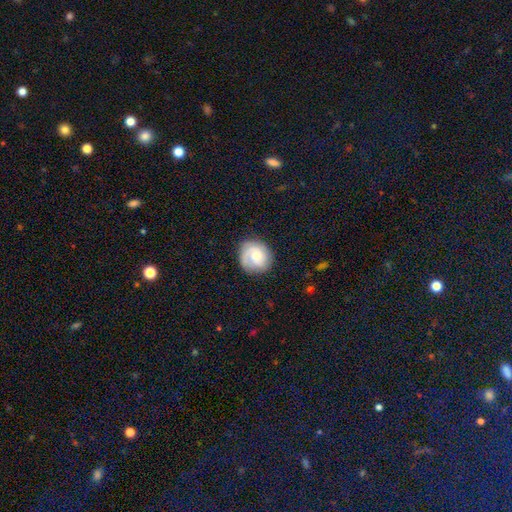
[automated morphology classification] Smooth or featured: featured or disk — 49% (smooth — 44%)
Merging: none — 76% (minor disturbance — 17%)